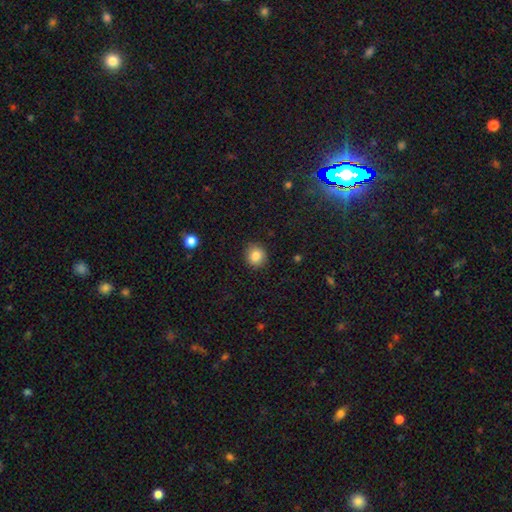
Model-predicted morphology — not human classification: Smooth or featured: smooth — 85% (star or artifact — 10%)
How rounded: round — 89% (in between — 10%)
Merging: none — 89% (minor disturbance — 8%)